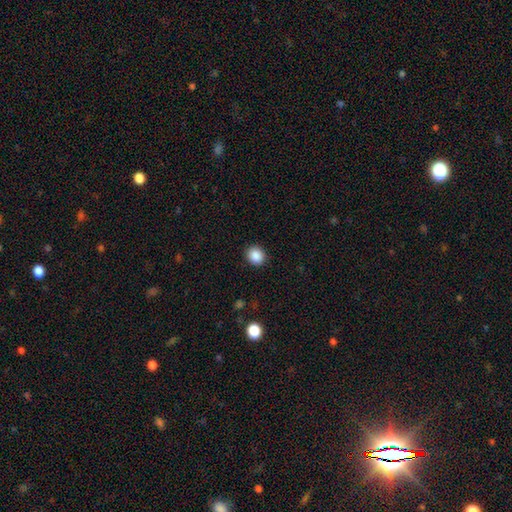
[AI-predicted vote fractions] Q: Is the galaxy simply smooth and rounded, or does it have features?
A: smooth — 88%.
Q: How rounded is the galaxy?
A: round — 77%.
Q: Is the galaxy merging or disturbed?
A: none — 91%.